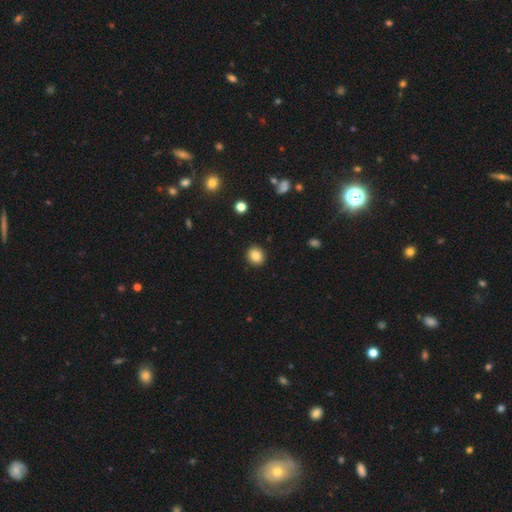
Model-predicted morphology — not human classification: A smooth galaxy with no disk features (86%) that is round (77%).

Vote fractions:
- Smooth or featured? smooth: 86% / star or artifact: 9% / featured or disk: 4%
- How rounded? round: 77% / in between: 22% / cigar-shaped: 1%
- Merging? none: 91% / minor disturbance: 6% / major disturbance: 2% / merger: 1%